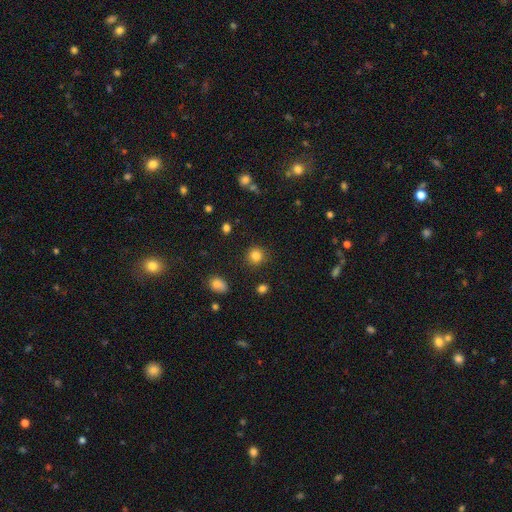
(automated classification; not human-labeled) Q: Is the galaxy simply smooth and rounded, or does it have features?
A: smooth — 84%.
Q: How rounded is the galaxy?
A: round — 90%.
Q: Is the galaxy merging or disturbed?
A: none — 88%.